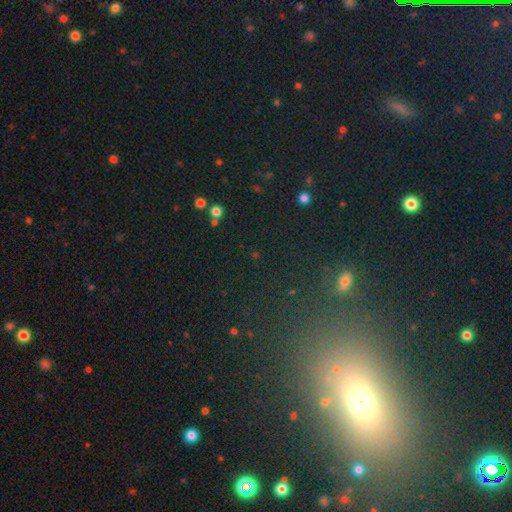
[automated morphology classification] This is possibly a star or artifact rather than a galaxy (55%).